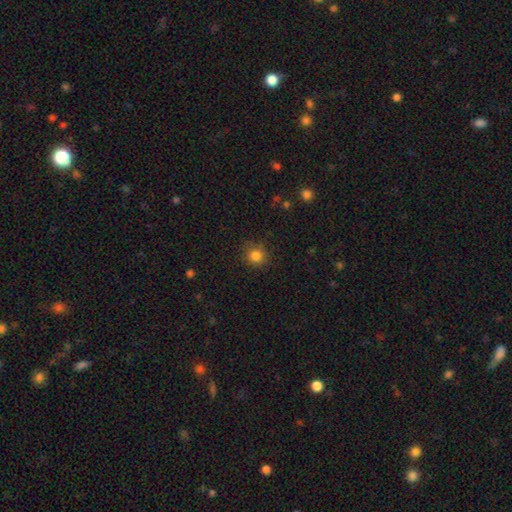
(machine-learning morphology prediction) A smooth galaxy with no disk features (83%) that is round (86%). Merging: none (79%).